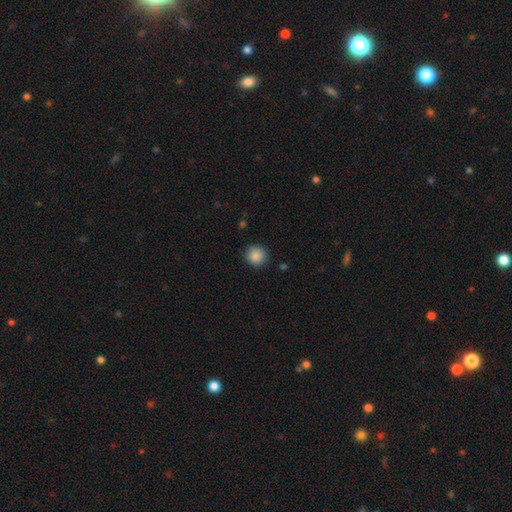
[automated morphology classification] This is clearly a smooth galaxy (88%). How rounded: clearly round (90%). Merging: clearly none (88%).